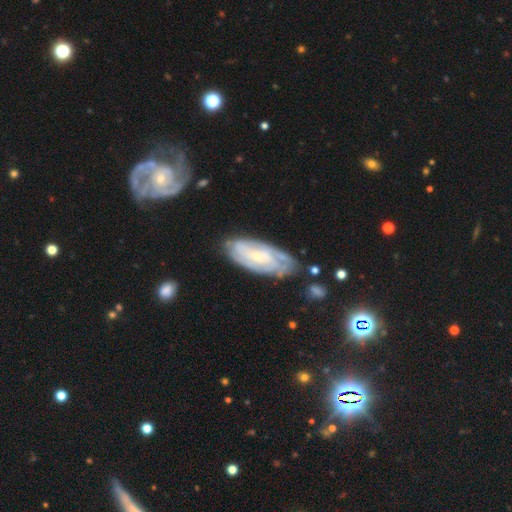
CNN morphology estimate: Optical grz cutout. It shows a featured or disk galaxy (72%) with no bar (61%), tight (68%) spiral arms (90%) and a small central bulge (67%). Merging: none (73%).